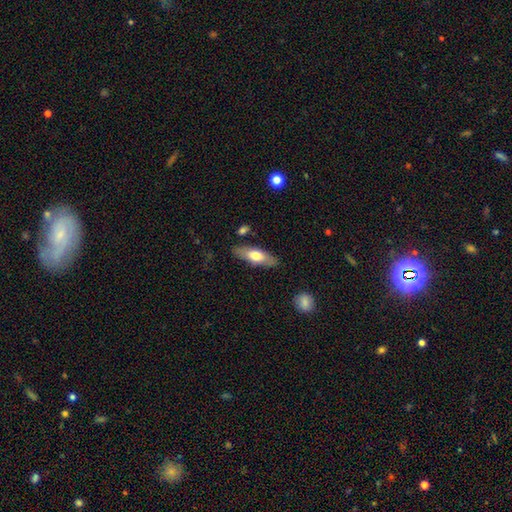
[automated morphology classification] Smooth or featured? smooth (62%)
How rounded? in between (60%)
Merging? none (83%)